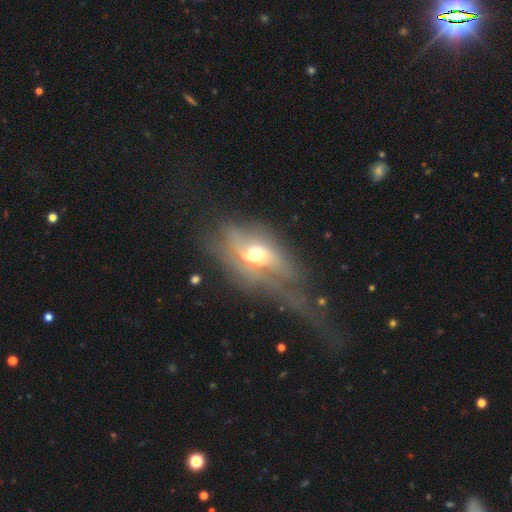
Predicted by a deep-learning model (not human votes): featured or disk 61%, smooth 30%, star or artifact 9%. Down the decision tree: edge-on disk — no (76%); merging — major disturbance (45%).